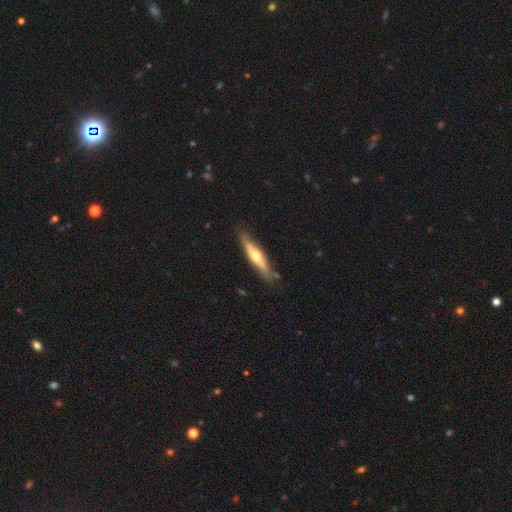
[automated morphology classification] Smooth or featured: featured or disk — 54% (smooth — 41%)
Edge-on disk: yes — 83% (no — 17%)
Merging: none — 80% (minor disturbance — 15%)